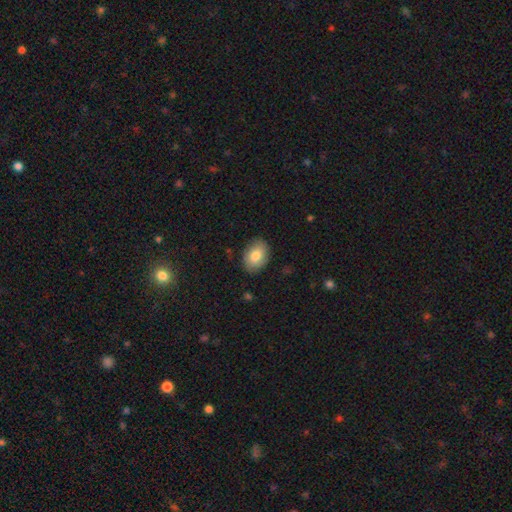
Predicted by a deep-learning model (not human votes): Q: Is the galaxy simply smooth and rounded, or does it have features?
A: smooth — 81%.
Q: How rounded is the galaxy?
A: in between — 80%.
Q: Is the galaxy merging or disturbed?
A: none — 86%.